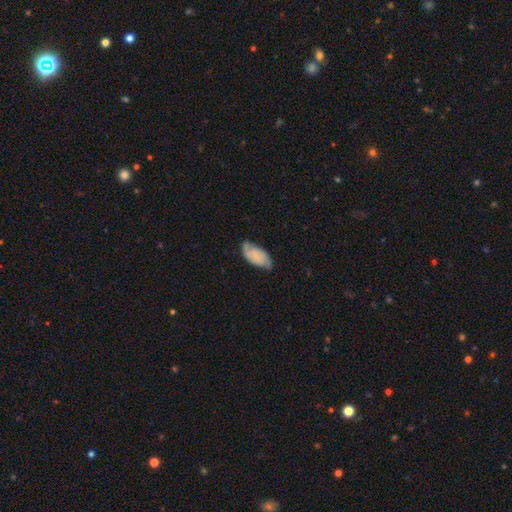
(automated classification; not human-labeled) This appears to be a smooth galaxy with no disk features (54%) that is in between round and cigar-shaped (93%). Merging: none (57%).